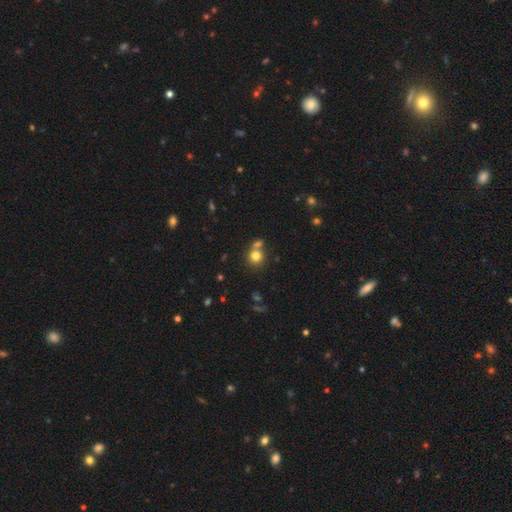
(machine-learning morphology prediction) A smooth galaxy with no disk features (77%) that is round (86%). Merging: none (55%).